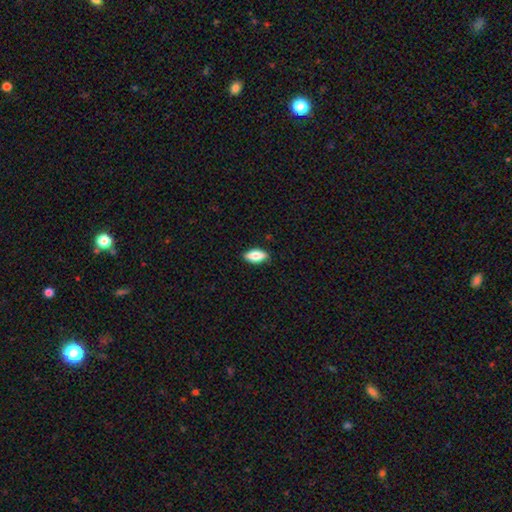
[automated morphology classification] smooth-or-featured: smooth: 77% | featured or disk: 16% | star or artifact: 7%
  how-rounded: in between: 84% | cigar-shaped: 13% | round: 3%
  merging: none: 85% | minor disturbance: 12% | major disturbance: 2% | merger: 1%